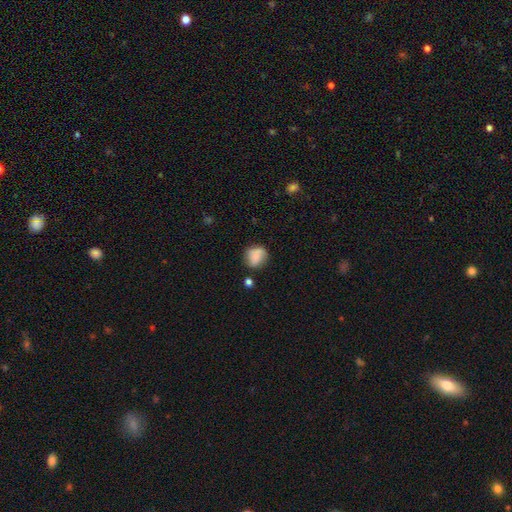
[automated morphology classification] type=smooth (66%); roundness=round (75%); merging=none (68%).